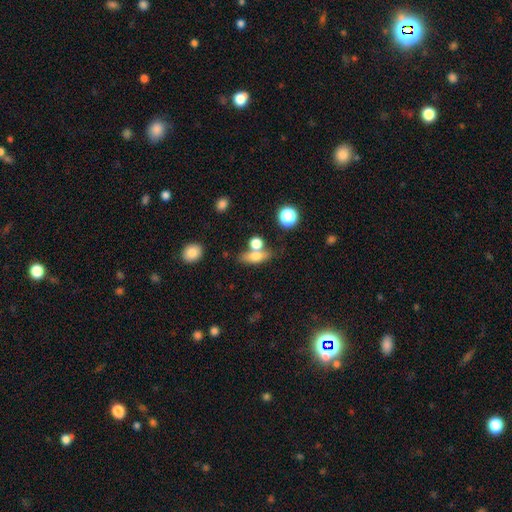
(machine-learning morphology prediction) A smooth galaxy with no disk features (65%) that is in between round and cigar-shaped (57%).

Vote fractions:
- Smooth or featured? smooth: 65% / featured or disk: 25% / star or artifact: 10%
- How rounded? in between: 57% / cigar-shaped: 28% / round: 15%
- Merging? none: 54% / merger: 29% / minor disturbance: 12% / major disturbance: 5%